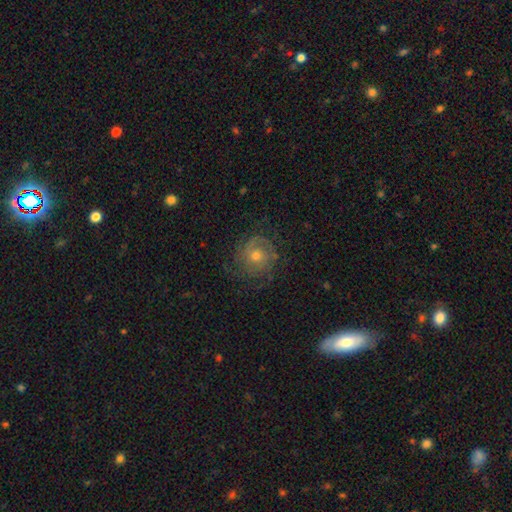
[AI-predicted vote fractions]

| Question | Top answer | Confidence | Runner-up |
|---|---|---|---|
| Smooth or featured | featured or disk | 65% | smooth (23%) |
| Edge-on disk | no | 97% | yes (3%) |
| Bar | no | 78% | weak (18%) |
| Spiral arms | yes | 88% | no (12%) |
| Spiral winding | tight | 60% | medium (30%) |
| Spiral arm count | can't tell | 36% | 2 (30%) |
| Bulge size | moderate | 64% | small (29%) |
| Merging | none | 76% | minor disturbance (15%) |